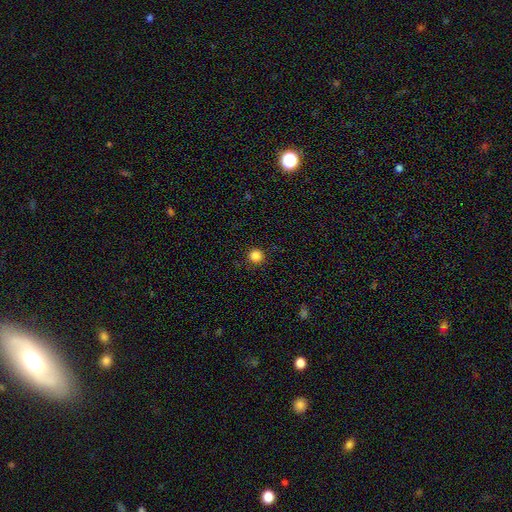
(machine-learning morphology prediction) The model was most divided on "smooth or featured": smooth: 85%, star or artifact: 12%, featured or disk: 3%. More confident: how rounded — round (96%); merging — none (92%).